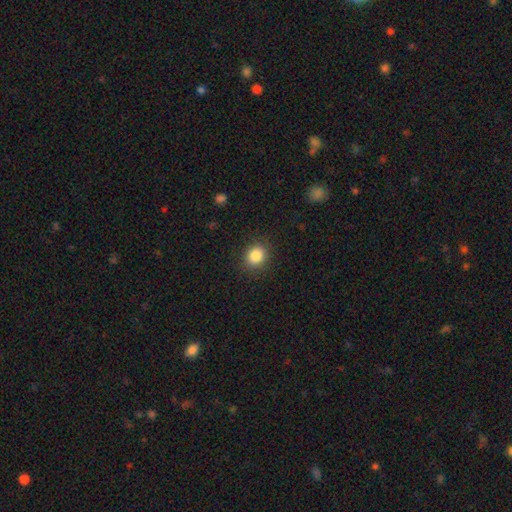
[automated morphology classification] This is clearly a smooth galaxy (86%). How rounded: likely round (67%). Merging: clearly none (89%).